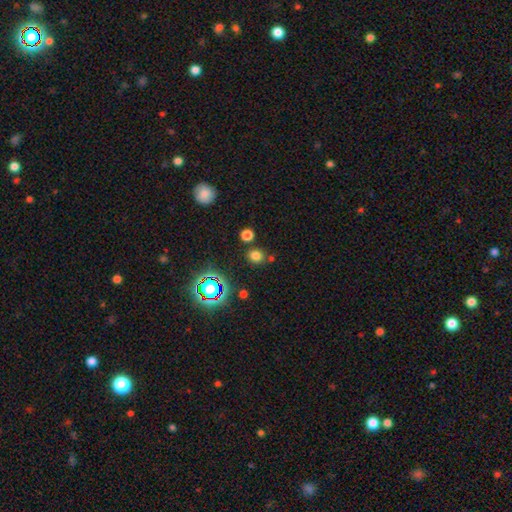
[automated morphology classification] A smooth galaxy with no disk features (73%) that is round (78%). Merging: none (79%).